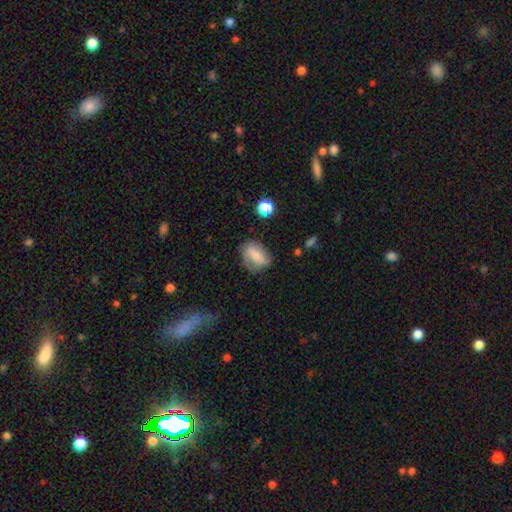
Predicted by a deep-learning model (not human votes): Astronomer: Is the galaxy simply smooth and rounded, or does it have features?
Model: smooth — 56% (runner-up: featured or disk, 36%).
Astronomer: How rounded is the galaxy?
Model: in between — 68%.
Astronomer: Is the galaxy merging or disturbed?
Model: none — 64%.